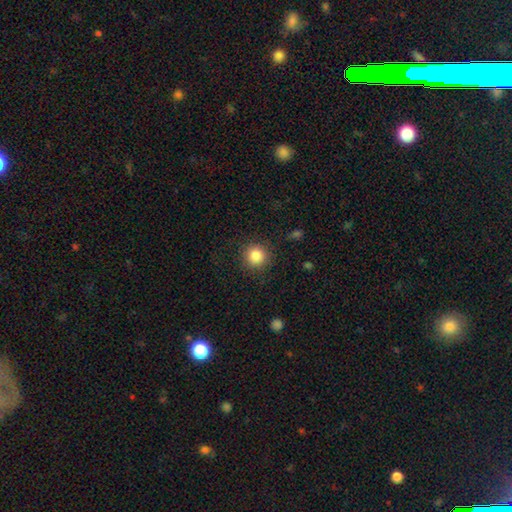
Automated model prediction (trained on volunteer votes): This appears to be a smooth galaxy with no disk features (85%) that is round (94%). Merging: none (88%).